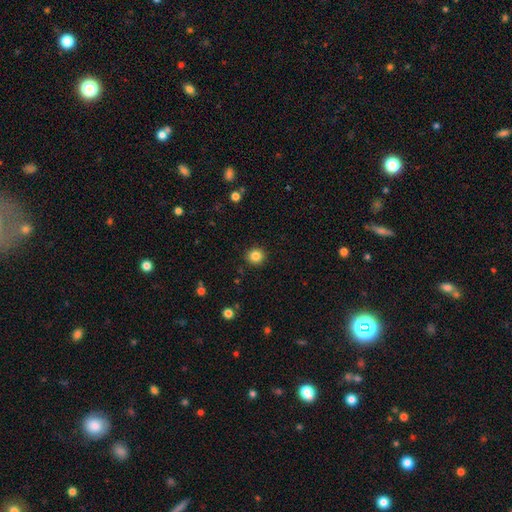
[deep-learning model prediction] A smooth galaxy with no disk features (85%) that is round (93%).

Vote fractions:
- Smooth or featured? smooth: 85% / star or artifact: 11% / featured or disk: 4%
- How rounded? round: 93% / in between: 6% / cigar-shaped: 1%
- Merging? none: 92% / minor disturbance: 5% / major disturbance: 2% / merger: 1%